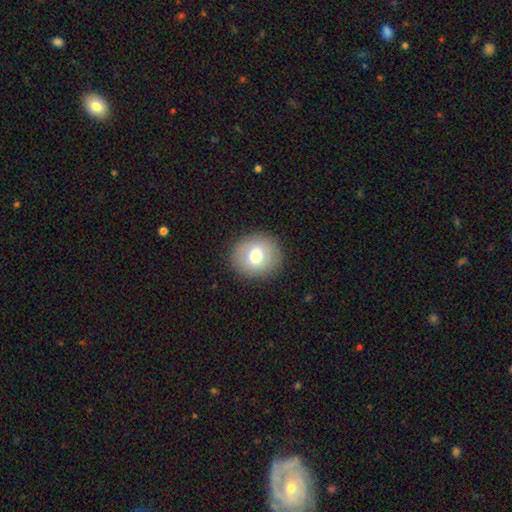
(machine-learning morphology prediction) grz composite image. It shows a smooth galaxy with no disk features (70%) that is round (84%). Merging: none (89%).